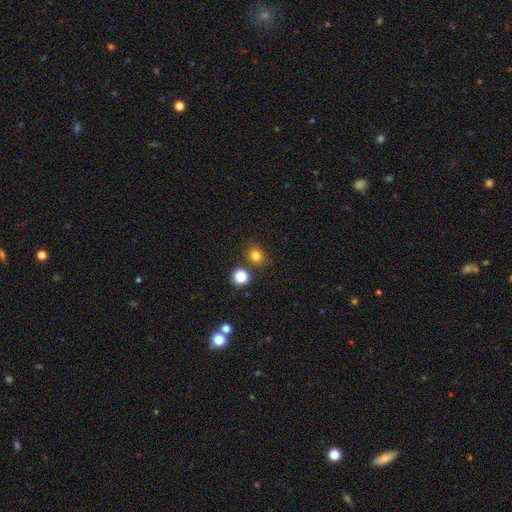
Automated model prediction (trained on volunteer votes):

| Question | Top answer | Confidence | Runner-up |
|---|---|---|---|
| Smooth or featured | smooth | 79% | star or artifact (16%) |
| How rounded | round | 73% | in between (26%) |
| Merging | none | 79% | minor disturbance (9%) |